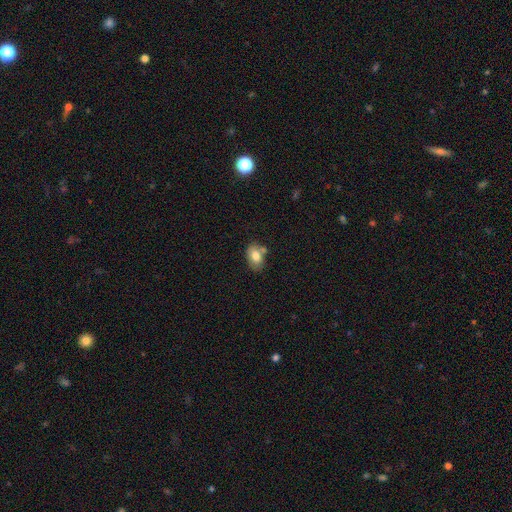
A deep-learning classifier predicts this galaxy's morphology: This appears to be a smooth galaxy with no disk features (77%) that is in between round and cigar-shaped (83%). Merging: none (60%).